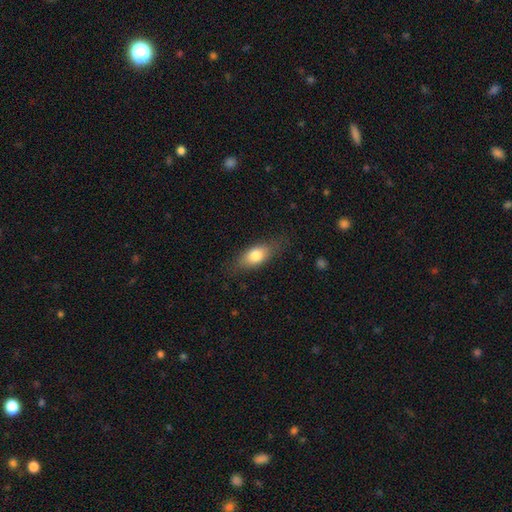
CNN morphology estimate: smooth 76%, featured or disk 17%, star or artifact 7%. Down the decision tree: how rounded — in between (81%); merging — none (77%).